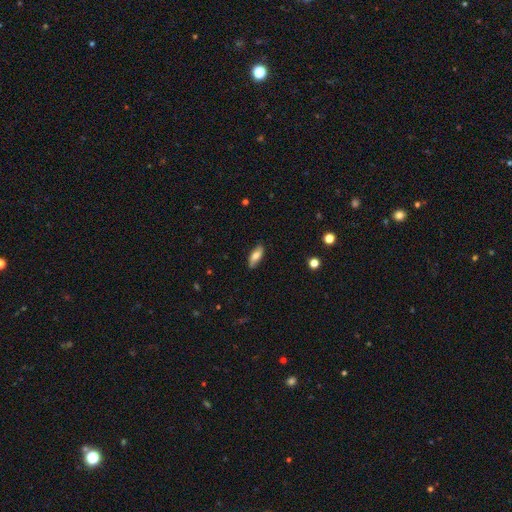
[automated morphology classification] Overall: smooth (69%). How rounded: in between (77%). Merging: none (82%).